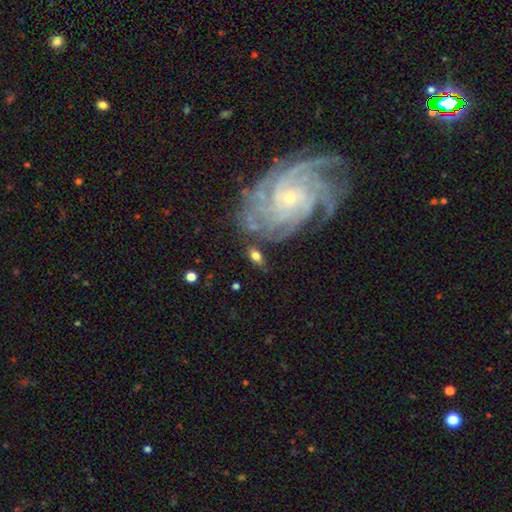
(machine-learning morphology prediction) A smooth galaxy with no disk features (61%) that is in between round and cigar-shaped (87%). Merging: none (70%).